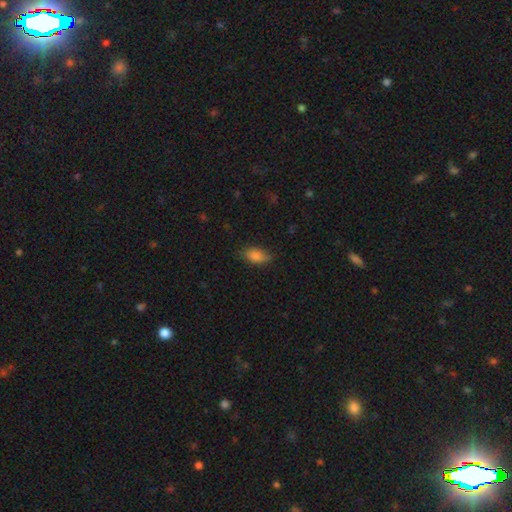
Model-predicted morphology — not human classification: smooth 85%, star or artifact 8%, featured or disk 7%. Down the decision tree: how rounded — in between (89%); merging — none (74%).